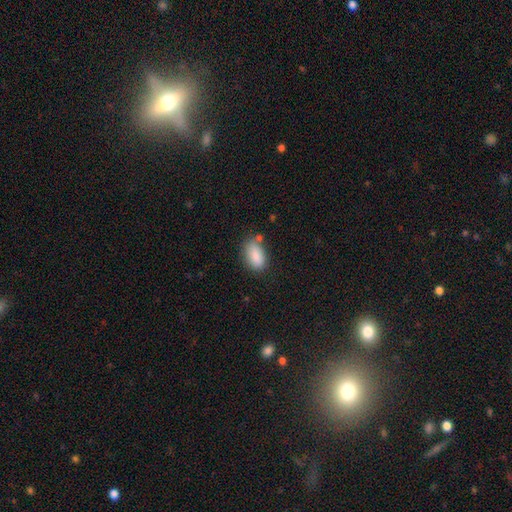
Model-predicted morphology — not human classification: Smooth or featured? smooth (87%)
How rounded? in between (92%)
Merging? none (67%)